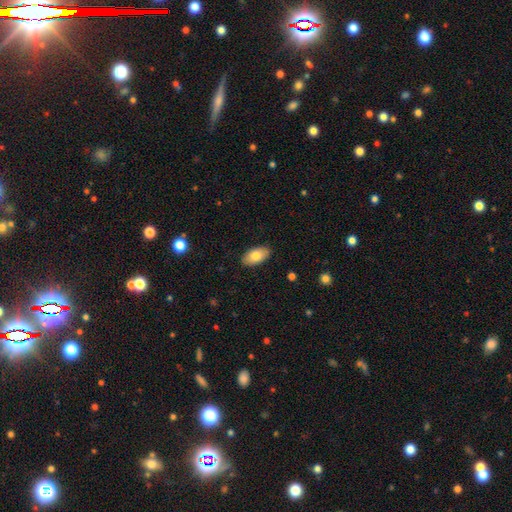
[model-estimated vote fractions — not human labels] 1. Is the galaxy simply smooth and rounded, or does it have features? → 79% smooth, 14% featured or disk, 6% star or artifact.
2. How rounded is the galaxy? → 95% in between, 3% round, 2% cigar-shaped.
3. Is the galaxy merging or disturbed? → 88% none, 9% minor disturbance, 2% major disturbance, 1% merger.